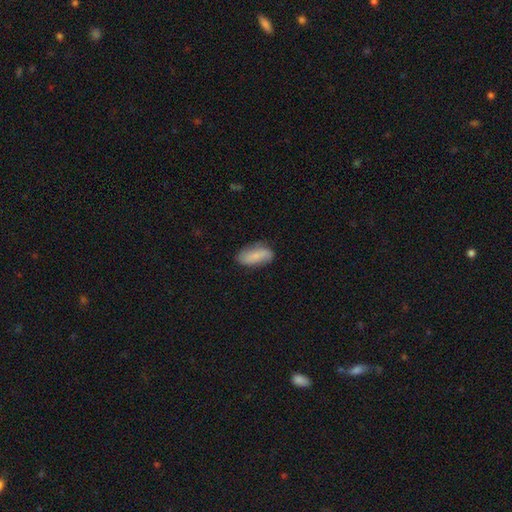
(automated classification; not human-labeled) smooth-or-featured: smooth: 70% | featured or disk: 23% | star or artifact: 7%
  how-rounded: in between: 84% | cigar-shaped: 13% | round: 3%
  merging: none: 71% | minor disturbance: 22% | major disturbance: 6% | merger: 2%